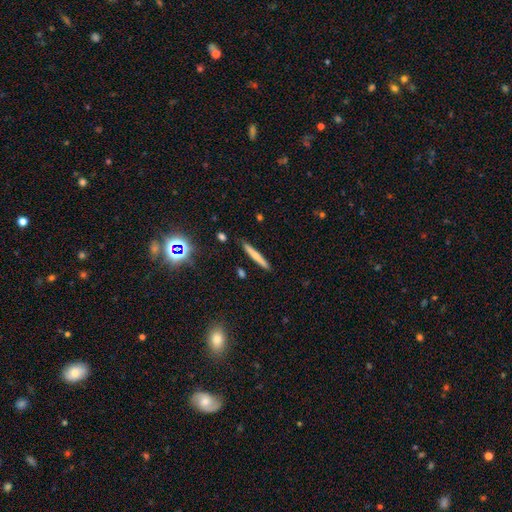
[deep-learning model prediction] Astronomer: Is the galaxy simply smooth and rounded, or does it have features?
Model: smooth — 66%.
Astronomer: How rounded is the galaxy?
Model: cigar-shaped — 95%.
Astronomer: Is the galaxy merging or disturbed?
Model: none — 88%.